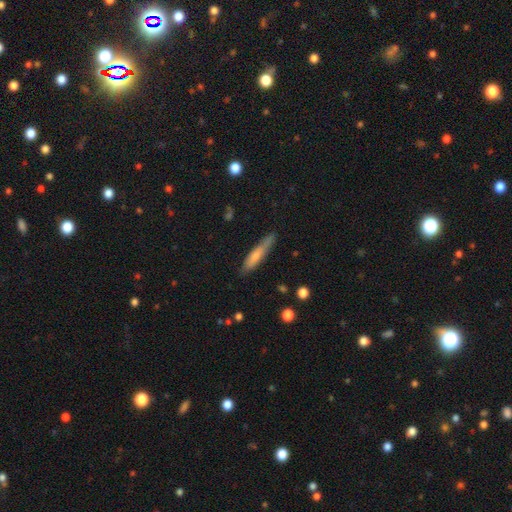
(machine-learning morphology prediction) Smooth or featured? smooth (68%)
How rounded? cigar-shaped (85%)
Merging? none (73%)